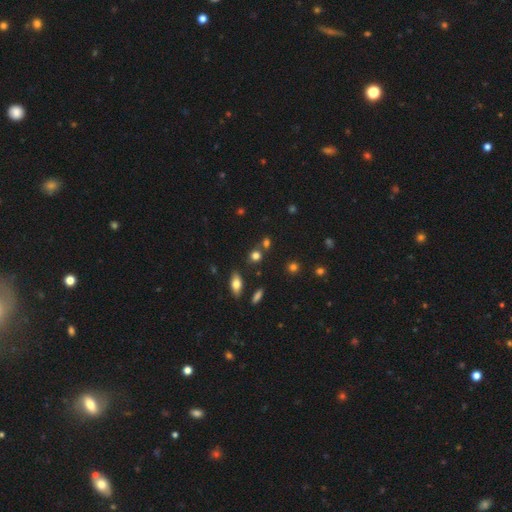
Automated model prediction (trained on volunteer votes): The model was most divided on "merging": none: 65%, merger: 21%, minor disturbance: 11%, major disturbance: 4%. More confident: smooth or featured — smooth (75%); how rounded — round (72%).